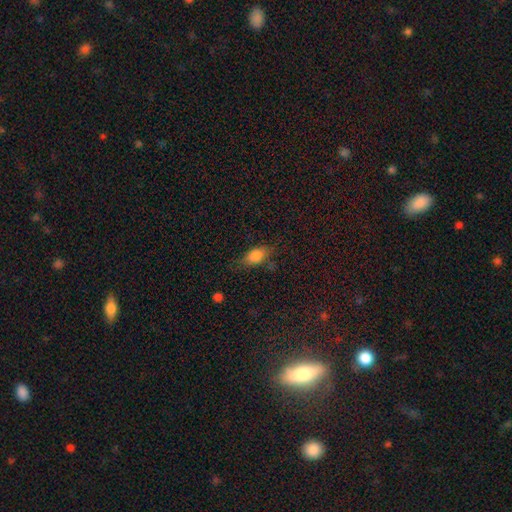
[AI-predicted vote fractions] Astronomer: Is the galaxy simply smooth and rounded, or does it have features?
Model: smooth — 78%.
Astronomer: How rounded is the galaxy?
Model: in between — 83%.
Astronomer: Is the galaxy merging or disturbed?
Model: none — 65%.